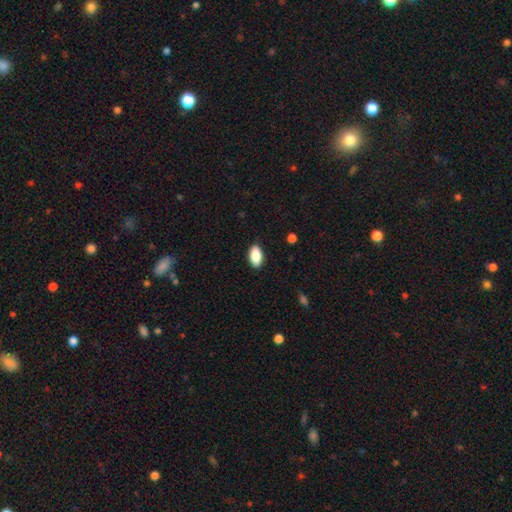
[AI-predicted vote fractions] Smooth or featured? smooth (88%)
How rounded? in between (93%)
Merging? none (87%)